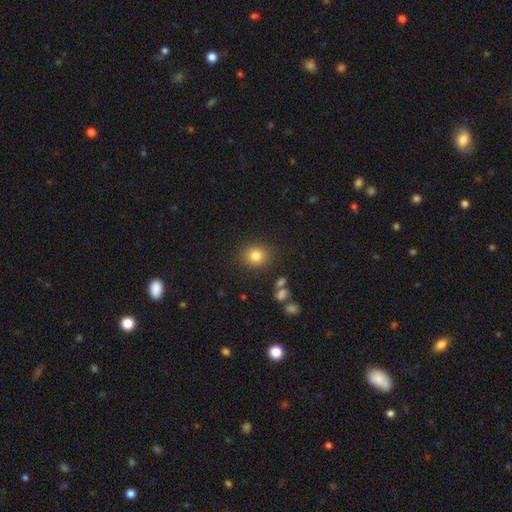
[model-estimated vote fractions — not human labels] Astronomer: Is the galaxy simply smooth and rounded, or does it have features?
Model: smooth — 82%.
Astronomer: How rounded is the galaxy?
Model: round — 79%.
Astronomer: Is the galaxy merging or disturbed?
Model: none — 86%.